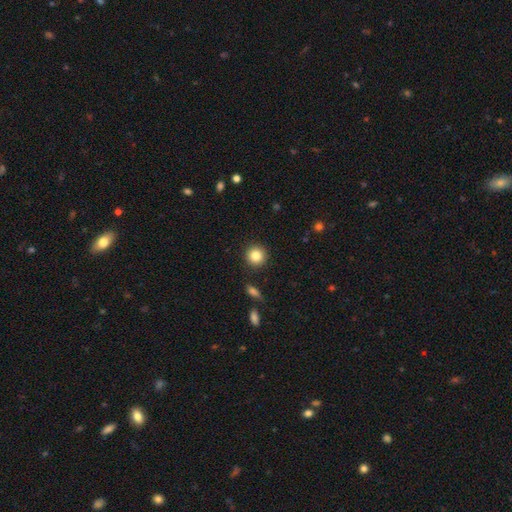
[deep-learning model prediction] Smooth or featured? Predicted: smooth (p=0.85). How rounded? Predicted: round (p=0.94). Merging? Predicted: none (p=0.90).